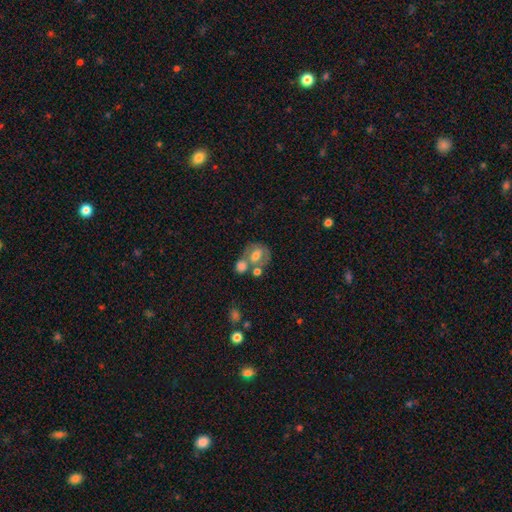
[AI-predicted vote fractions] Smooth or featured? Predicted: smooth (p=0.62). How rounded? Predicted: round (p=0.58). Merging? Predicted: merger (p=0.43).